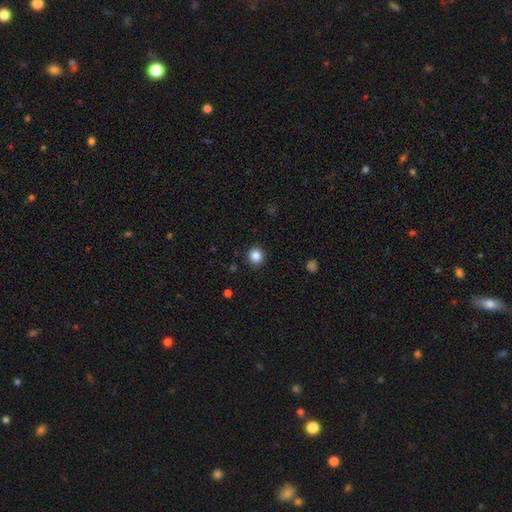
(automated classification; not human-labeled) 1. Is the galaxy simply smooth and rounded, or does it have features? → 86% smooth, 11% star or artifact, 4% featured or disk.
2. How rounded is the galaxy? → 91% round, 8% in between, 1% cigar-shaped.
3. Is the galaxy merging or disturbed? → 91% none, 6% minor disturbance, 2% major disturbance, 1% merger.